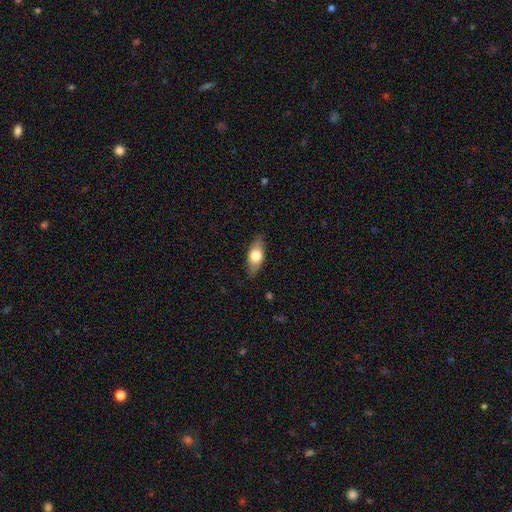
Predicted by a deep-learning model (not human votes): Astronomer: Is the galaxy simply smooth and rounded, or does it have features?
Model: smooth — 65%.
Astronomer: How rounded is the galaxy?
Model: in between — 78%.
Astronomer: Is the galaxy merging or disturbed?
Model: none — 85%.